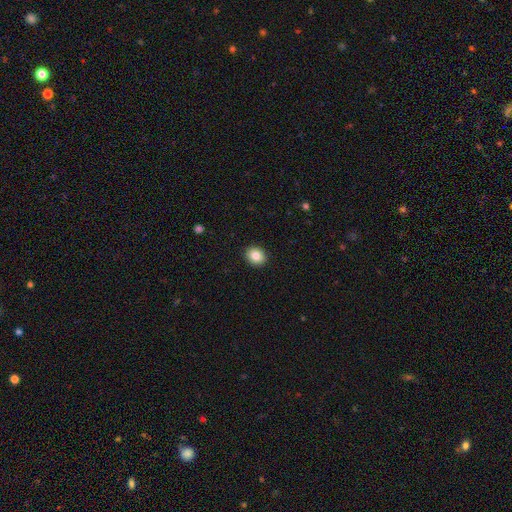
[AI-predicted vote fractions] The model was most divided on "how rounded": round: 72%, in between: 27%, cigar-shaped: 1%. More confident: merging — none (92%); smooth or featured — smooth (85%).